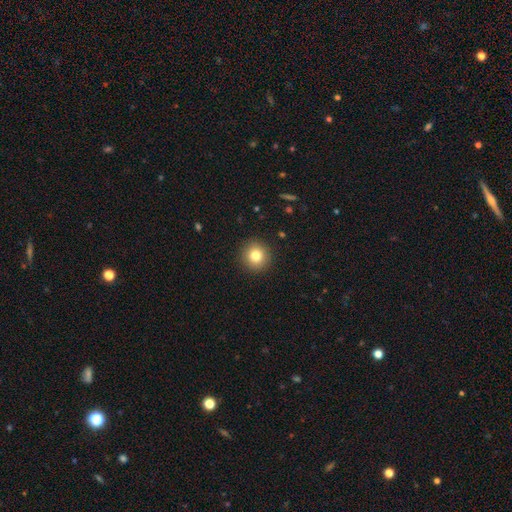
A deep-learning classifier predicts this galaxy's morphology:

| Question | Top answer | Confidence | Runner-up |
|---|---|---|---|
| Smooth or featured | smooth | 81% | star or artifact (11%) |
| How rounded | round | 94% | in between (5%) |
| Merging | none | 92% | minor disturbance (5%) |